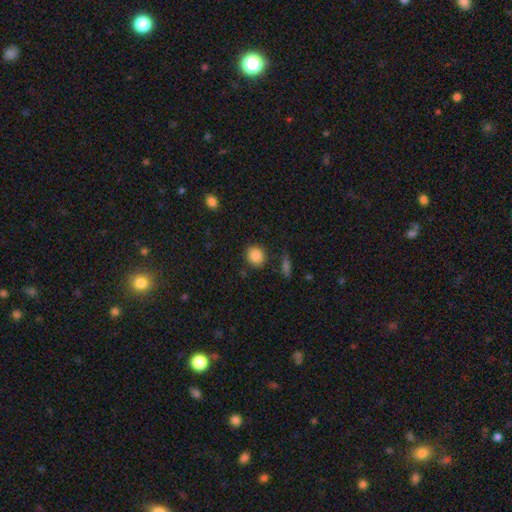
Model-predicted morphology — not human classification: The model was most divided on "how rounded": round: 79%, in between: 20%, cigar-shaped: 1%. More confident: smooth or featured — smooth (87%); merging — none (86%).